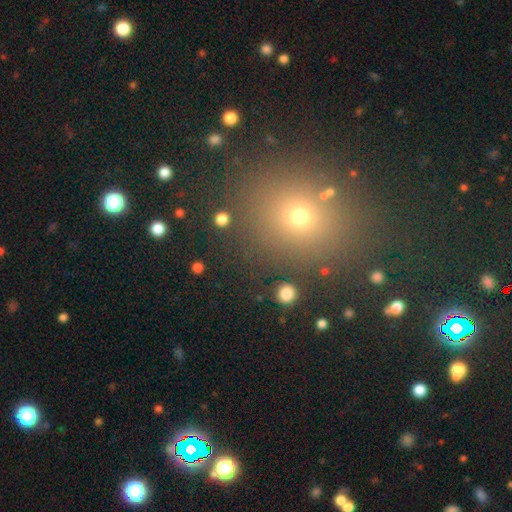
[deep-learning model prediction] smooth_or_featured: smooth (p=0.56) [alt: star or artifact p=0.34]
how_rounded: round (p=0.69) [alt: in between p=0.30]
merging: none (p=0.84) [alt: minor disturbance p=0.08]